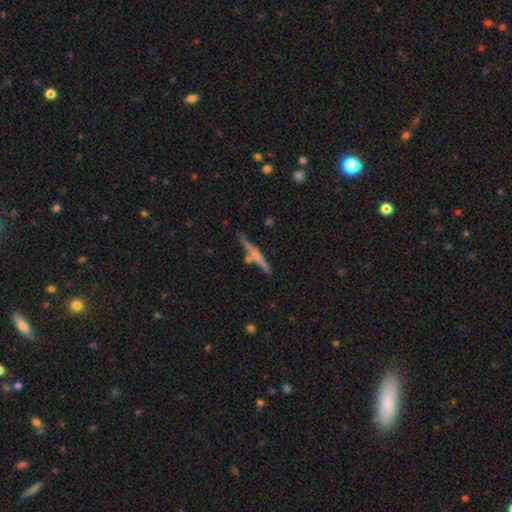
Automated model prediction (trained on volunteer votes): smooth_or_featured: featured or disk (p=0.55) [alt: smooth p=0.38]
disk_edge_on: yes (p=0.97) [alt: no p=0.03]
edge_on_bulge: rounded (p=0.54) [alt: none p=0.38]
merging: none (p=0.75) [alt: minor disturbance p=0.12]